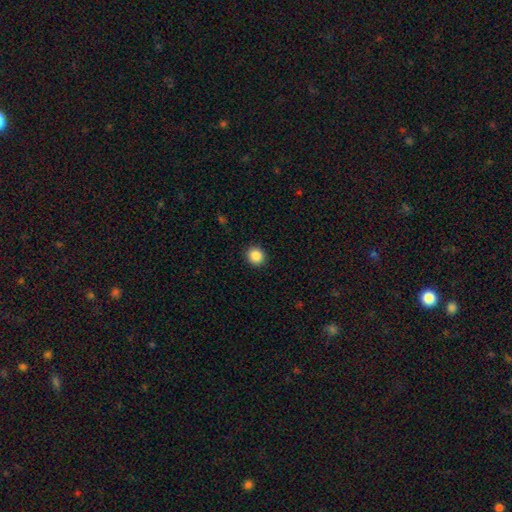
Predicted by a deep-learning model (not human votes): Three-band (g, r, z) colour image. It shows a smooth galaxy with no disk features (88%) that is round (81%). Merging: none (91%).